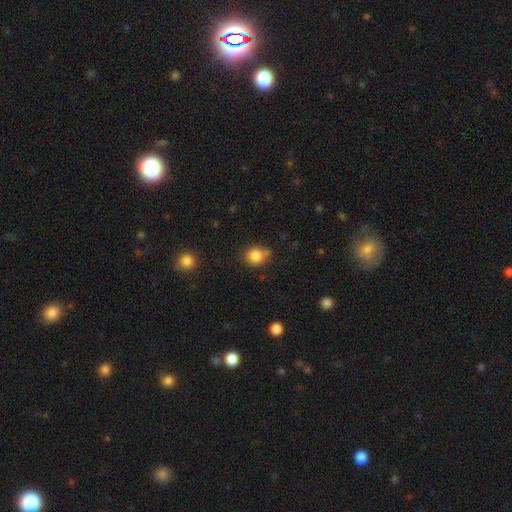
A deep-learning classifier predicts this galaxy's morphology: Smooth or featured?
  - smooth: 84% *
  - star or artifact: 10%
  - featured or disk: 6%
How rounded?
  - round: 83% *
  - in between: 16%
  - cigar-shaped: 1%
Merging?
  - none: 71% *
  - minor disturbance: 16%
  - merger: 9%
  - major disturbance: 4%